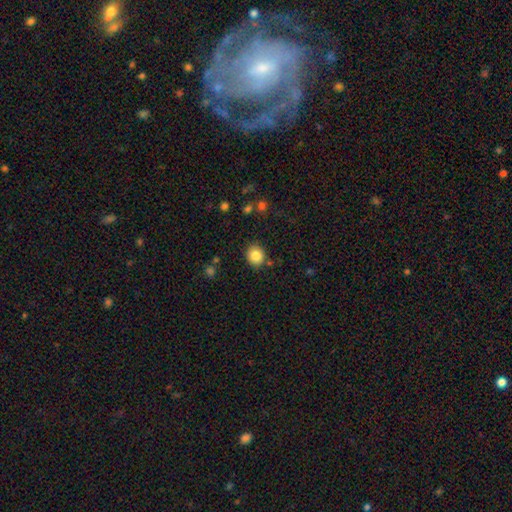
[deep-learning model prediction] A smooth galaxy with no disk features (84%) that is round (74%).

Vote fractions:
- Smooth or featured? smooth: 84% / star or artifact: 10% / featured or disk: 7%
- How rounded? round: 74% / in between: 25% / cigar-shaped: 1%
- Merging? none: 84% / minor disturbance: 10% / merger: 3% / major disturbance: 3%